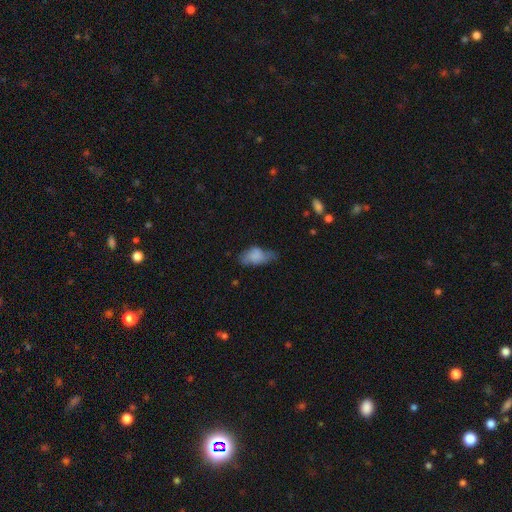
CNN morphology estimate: This is likely a smooth galaxy (71%). How rounded: clearly in between (90%). Merging: marginally minor disturbance (38%).